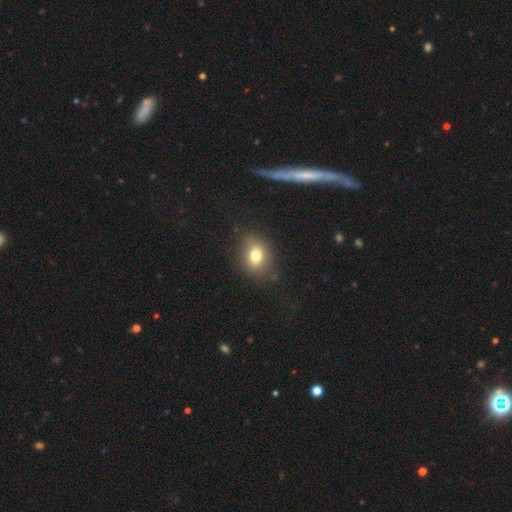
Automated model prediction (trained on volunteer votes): smooth 75%, featured or disk 13%, star or artifact 12%. Down the decision tree: how rounded — in between (57%); merging — none (79%).